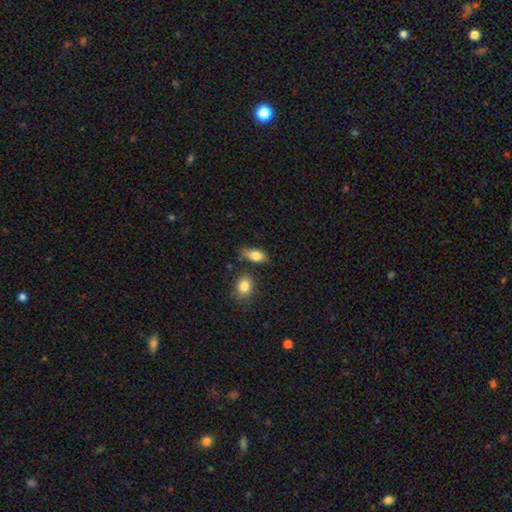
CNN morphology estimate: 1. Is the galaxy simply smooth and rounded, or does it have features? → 81% smooth, 12% featured or disk, 7% star or artifact.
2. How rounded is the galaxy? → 83% in between, 11% cigar-shaped, 6% round.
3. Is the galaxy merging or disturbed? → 63% none, 23% minor disturbance, 8% merger, 6% major disturbance.